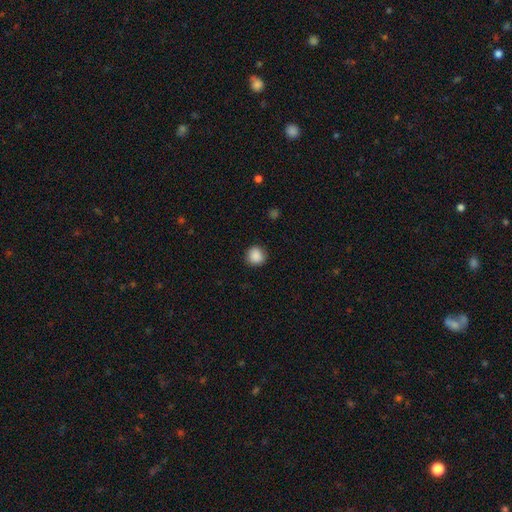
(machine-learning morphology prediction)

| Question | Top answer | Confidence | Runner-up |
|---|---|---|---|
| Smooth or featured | smooth | 88% | star or artifact (9%) |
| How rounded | round | 89% | in between (10%) |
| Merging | none | 87% | minor disturbance (9%) |